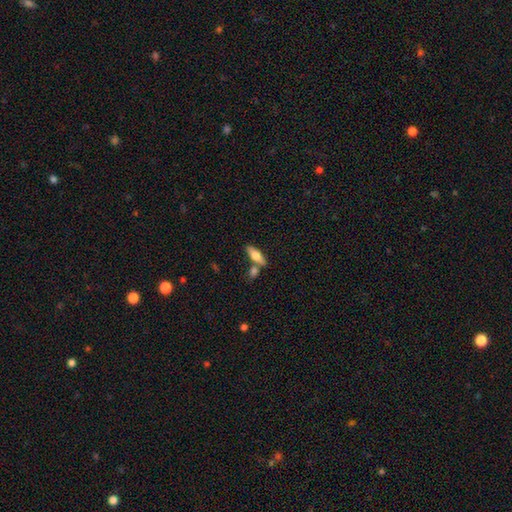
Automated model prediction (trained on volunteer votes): This is likely a smooth galaxy (63%). How rounded: possibly in between (52%). Merging: likely none (66%).